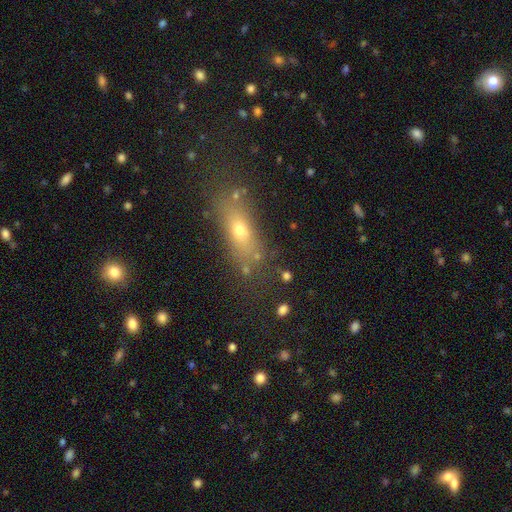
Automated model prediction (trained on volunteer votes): smooth_or_featured: smooth (p=0.62) [alt: featured or disk p=0.20]
how_rounded: in between (p=0.56) [alt: cigar-shaped p=0.32]
merging: none (p=0.72) [alt: minor disturbance p=0.14]